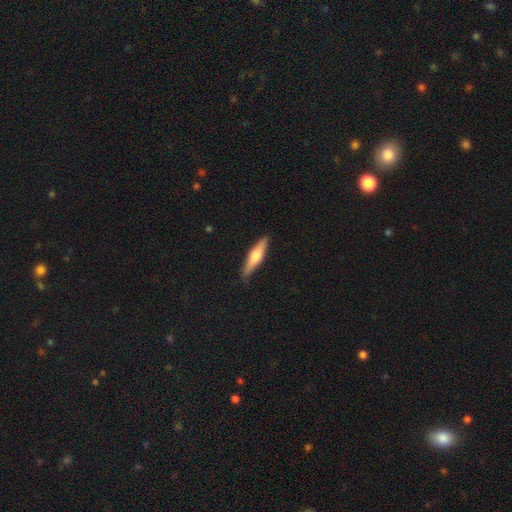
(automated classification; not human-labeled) smooth_or_featured: featured or disk (p=0.50) [alt: smooth p=0.45]
merging: none (p=0.86) [alt: minor disturbance p=0.11]